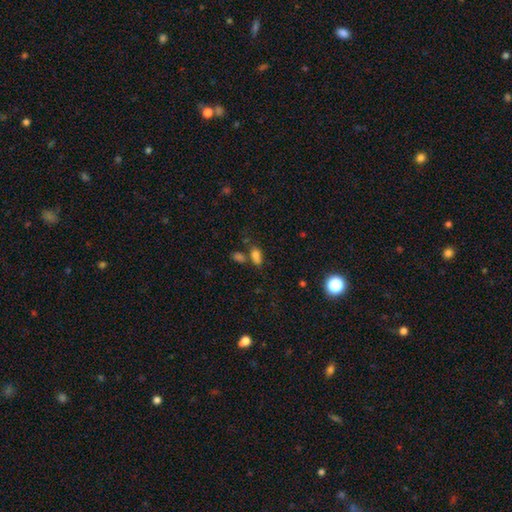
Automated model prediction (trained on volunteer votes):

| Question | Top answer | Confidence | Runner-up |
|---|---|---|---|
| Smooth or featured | smooth | 76% | star or artifact (16%) |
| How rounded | in between | 85% | round (8%) |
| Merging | none | 48% | merger (30%) |